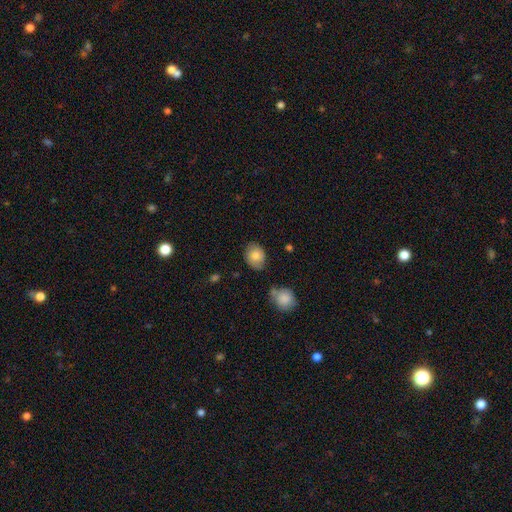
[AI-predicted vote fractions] This is clearly a smooth galaxy (81%). How rounded: possibly in between (56%). Merging: likely none (75%).